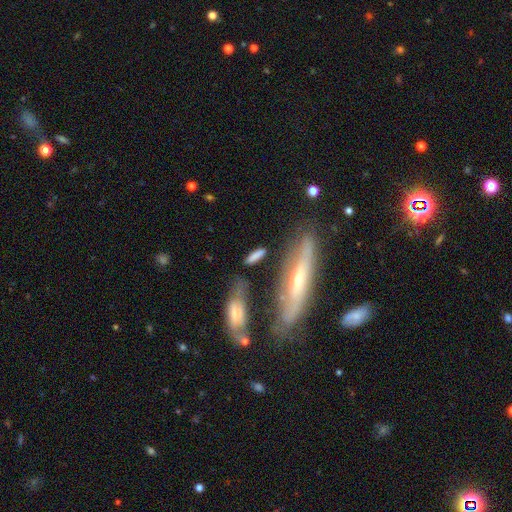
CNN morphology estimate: smooth-or-featured: smooth: 68% | featured or disk: 24% | star or artifact: 8%
  how-rounded: cigar-shaped: 61% | in between: 36% | round: 3%
  merging: none: 68% | minor disturbance: 16% | merger: 9% | major disturbance: 7%